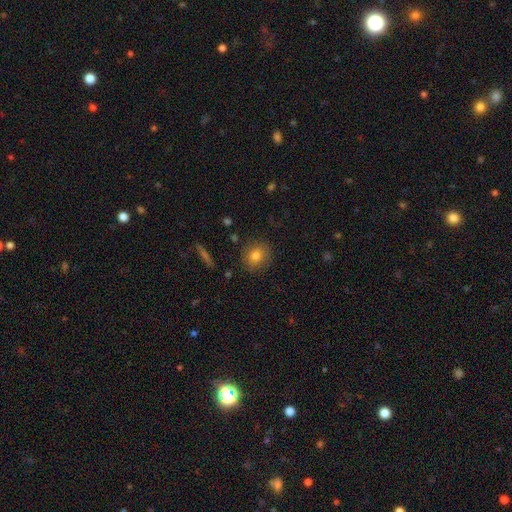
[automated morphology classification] smooth 79%, featured or disk 11%, star or artifact 10%. Down the decision tree: how rounded — round (81%); merging — none (86%).